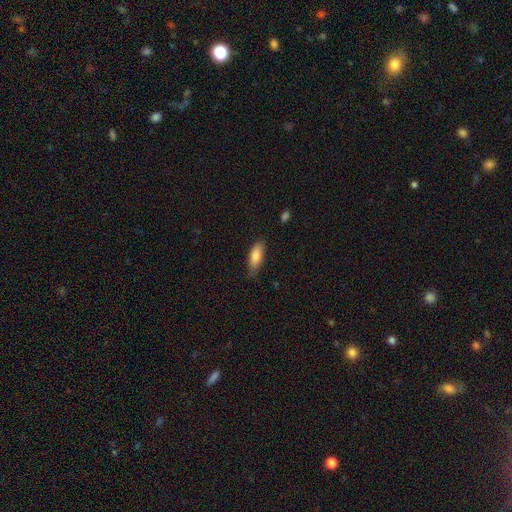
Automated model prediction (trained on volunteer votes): A smooth galaxy with no disk features (83%) that is in between round and cigar-shaped (72%). Merging: none (74%).